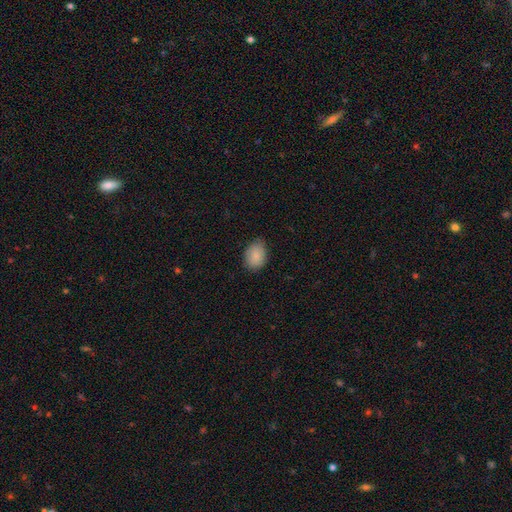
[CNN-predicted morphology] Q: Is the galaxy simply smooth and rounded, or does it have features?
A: smooth — 87%.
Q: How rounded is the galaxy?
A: in between — 76%.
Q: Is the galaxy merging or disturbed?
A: none — 74%.